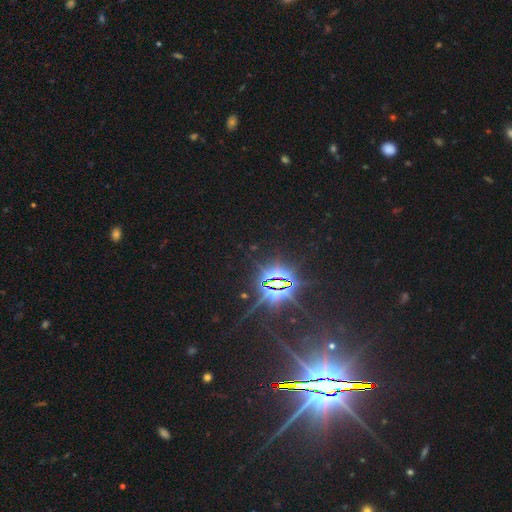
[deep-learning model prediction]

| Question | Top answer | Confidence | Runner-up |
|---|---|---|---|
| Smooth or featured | star or artifact | 84% | featured or disk (8%) |